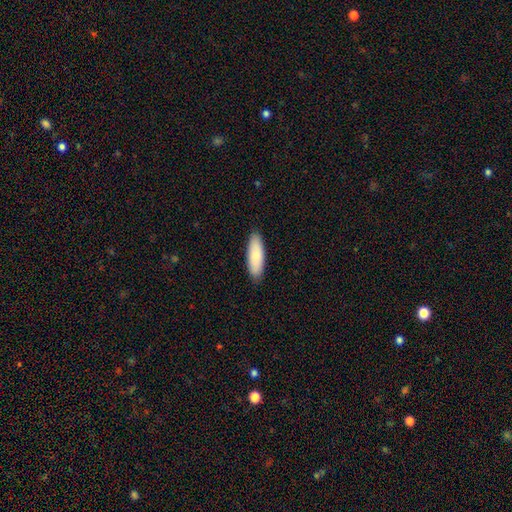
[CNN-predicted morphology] The model was most divided on "how rounded": in between: 58%, cigar-shaped: 41%, round: 2%. More confident: merging — none (88%); smooth or featured — smooth (84%).